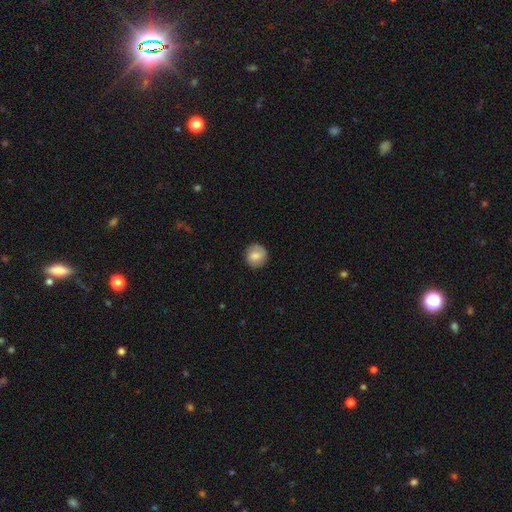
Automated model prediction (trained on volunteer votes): A smooth galaxy with no disk features (77%) that is round (89%).

Vote fractions:
- Smooth or featured? smooth: 77% / featured or disk: 15% / star or artifact: 8%
- How rounded? round: 89% / in between: 10% / cigar-shaped: 1%
- Merging? none: 85% / minor disturbance: 12% / major disturbance: 3% / merger: 1%